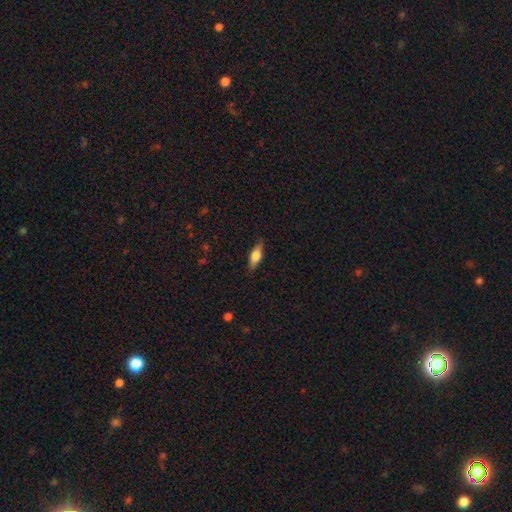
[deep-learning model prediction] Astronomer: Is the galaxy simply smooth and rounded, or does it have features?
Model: smooth — 63%.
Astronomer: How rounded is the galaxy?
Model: in between — 62%.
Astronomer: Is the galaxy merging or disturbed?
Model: none — 84%.